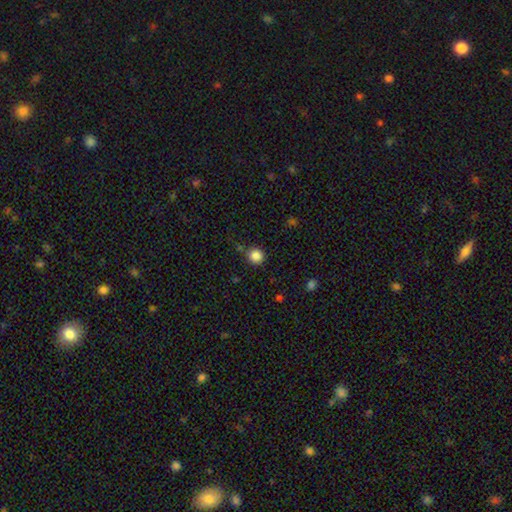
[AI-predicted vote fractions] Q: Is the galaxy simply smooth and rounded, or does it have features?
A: smooth — 85%.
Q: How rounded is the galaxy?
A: round — 92%.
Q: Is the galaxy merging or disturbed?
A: none — 82%.